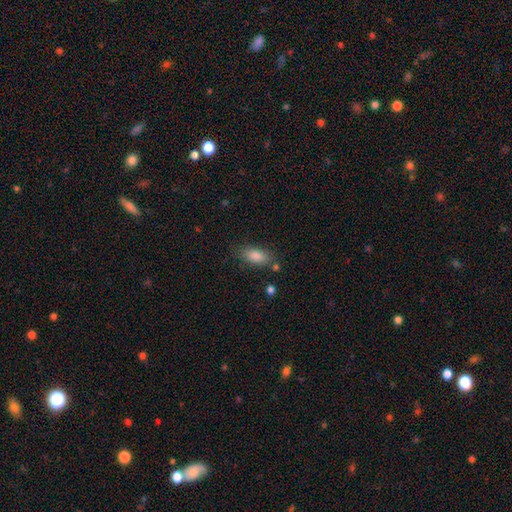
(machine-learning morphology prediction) This is clearly a smooth galaxy (85%). How rounded: clearly in between (86%). Merging: likely none (77%).